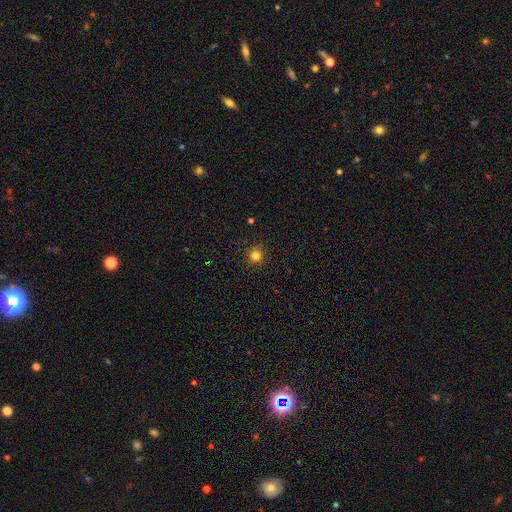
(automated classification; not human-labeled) A smooth galaxy with no disk features (81%) that is round (95%).

Vote fractions:
- Smooth or featured? smooth: 81% / star or artifact: 14% / featured or disk: 5%
- How rounded? round: 95% / in between: 4% / cigar-shaped: 1%
- Merging? none: 92% / minor disturbance: 6% / major disturbance: 2% / merger: 1%